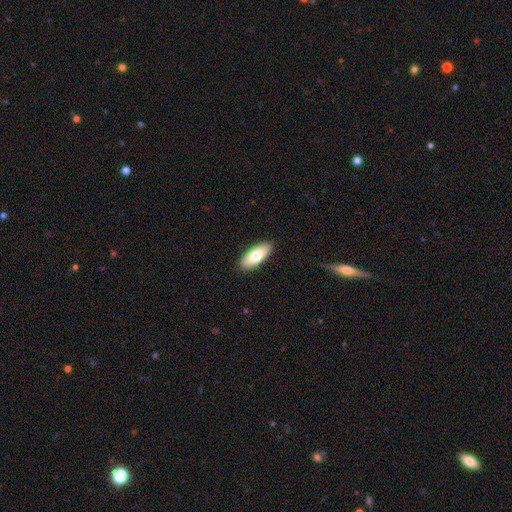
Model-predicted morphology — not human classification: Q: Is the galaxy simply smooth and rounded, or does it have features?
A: smooth — 75%.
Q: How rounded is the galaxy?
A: in between — 82%.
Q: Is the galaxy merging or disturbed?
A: none — 90%.